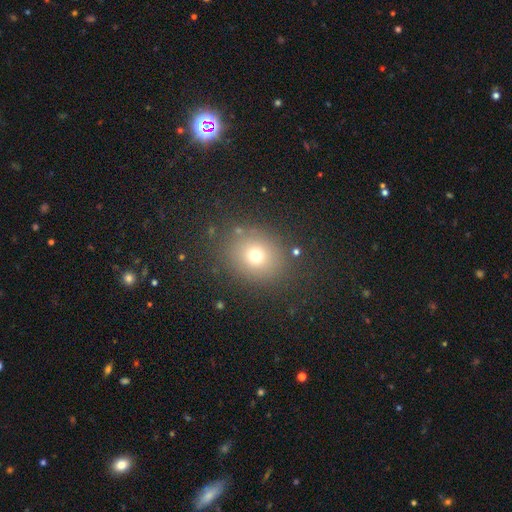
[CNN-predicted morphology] smooth-or-featured: smooth: 70% | star or artifact: 18% | featured or disk: 12%
  how-rounded: round: 70% | in between: 29% | cigar-shaped: 1%
  merging: none: 83% | minor disturbance: 10% | major disturbance: 5% | merger: 2%